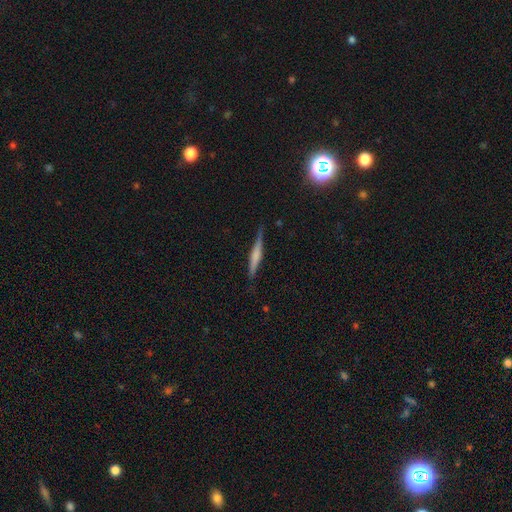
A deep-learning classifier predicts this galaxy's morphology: This is possibly a featured or disk galaxy (55%). It is clearly viewed edge-on (97%). Edge-on bulge: marginally rounded (41%). Merging: clearly none (84%).